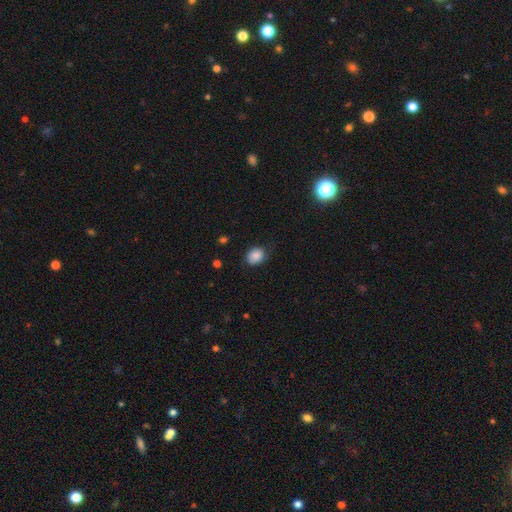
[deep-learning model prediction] Smooth or featured: smooth — 85% (star or artifact — 8%)
How rounded: in between — 51% (round — 49%)
Merging: none — 70% (minor disturbance — 23%)